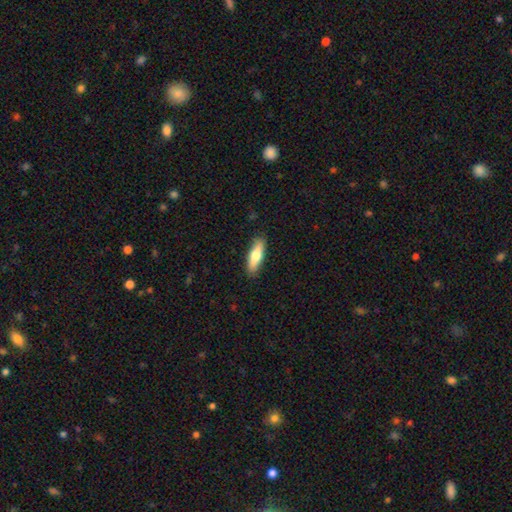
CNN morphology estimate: Q: Smooth or featured?
A: smooth (72%); runner-up: featured or disk (23%)
Q: How rounded?
A: cigar-shaped (54%); runner-up: in between (44%)
Q: Merging?
A: none (88%); runner-up: minor disturbance (9%)